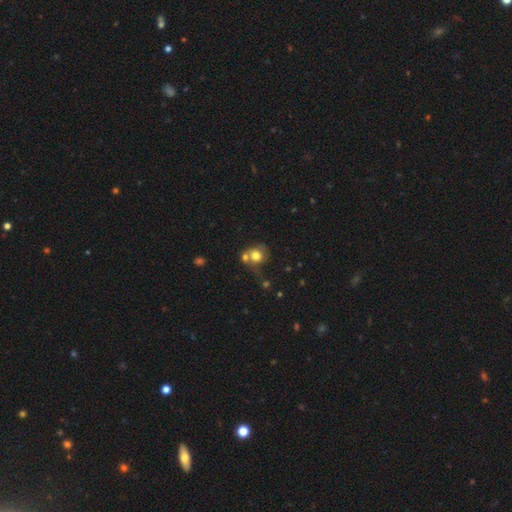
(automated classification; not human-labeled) Q: Smooth or featured?
A: smooth (72%); runner-up: featured or disk (17%)
Q: How rounded?
A: round (77%); runner-up: in between (22%)
Q: Merging?
A: none (39%); runner-up: merger (37%)